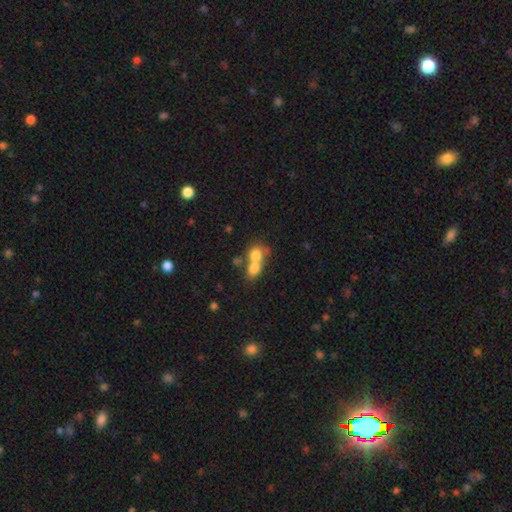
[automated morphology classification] This is likely a smooth galaxy (73%). How rounded: likely round (62%). Merging: likely merger (68%).